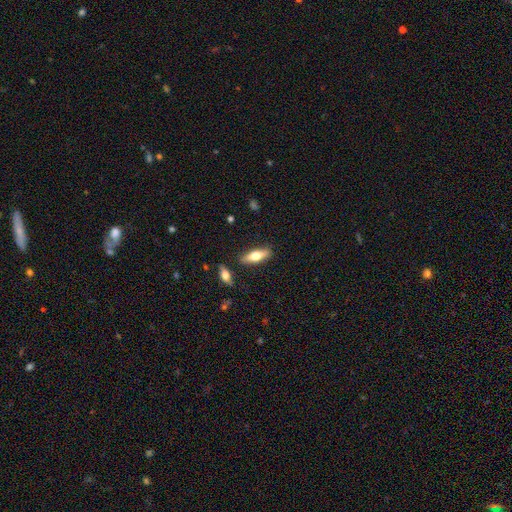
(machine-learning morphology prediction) This is possibly a smooth galaxy (56%). How rounded: possibly in between (49%). Merging: clearly none (84%).